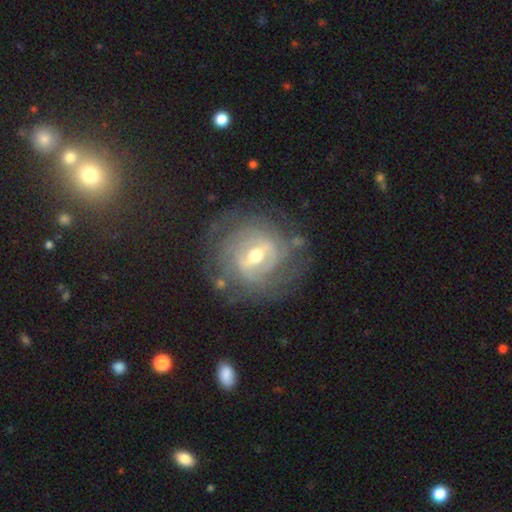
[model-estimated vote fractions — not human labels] A featured or disk galaxy (85%) with a weak bar (49%), tight (67%) spiral arms (87%) and a moderate central bulge (65%). Merging: none (74%).